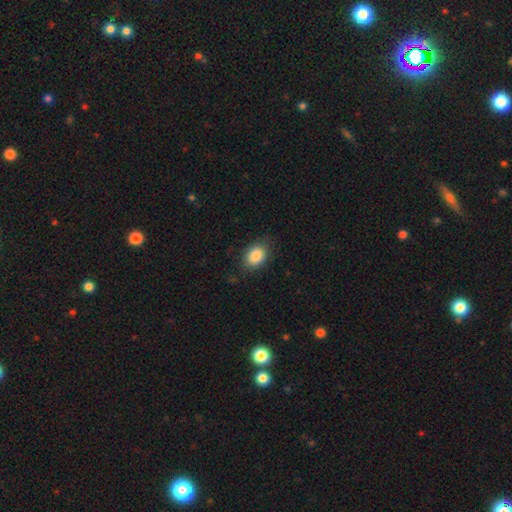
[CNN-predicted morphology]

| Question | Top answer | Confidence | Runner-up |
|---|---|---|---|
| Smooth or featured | smooth | 86% | star or artifact (8%) |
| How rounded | in between | 78% | round (21%) |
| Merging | none | 80% | minor disturbance (15%) |